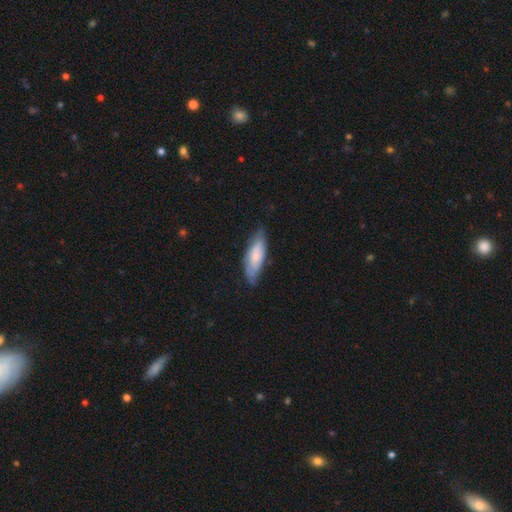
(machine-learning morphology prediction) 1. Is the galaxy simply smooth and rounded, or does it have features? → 67% smooth, 28% featured or disk, 5% star or artifact.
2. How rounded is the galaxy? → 63% in between, 35% cigar-shaped, 2% round.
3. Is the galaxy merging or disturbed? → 67% none, 27% minor disturbance, 5% major disturbance, 1% merger.